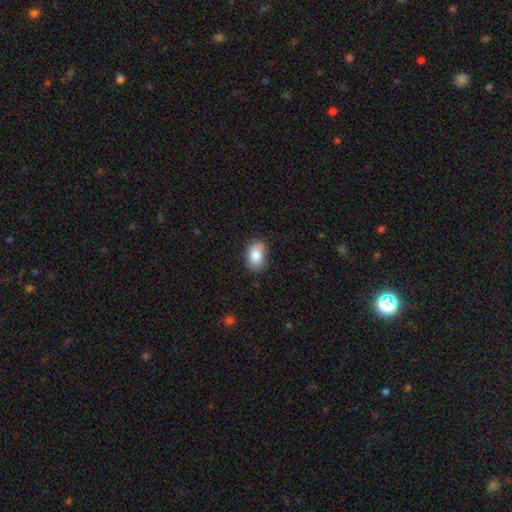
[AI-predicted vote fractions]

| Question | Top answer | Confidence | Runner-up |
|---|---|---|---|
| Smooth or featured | smooth | 86% | star or artifact (8%) |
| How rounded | in between | 86% | round (13%) |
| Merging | none | 76% | minor disturbance (19%) |